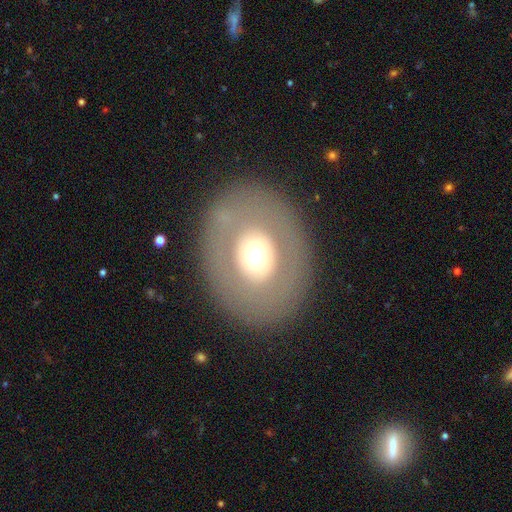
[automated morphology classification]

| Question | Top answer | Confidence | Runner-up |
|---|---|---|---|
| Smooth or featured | smooth | 49% | featured or disk (42%) |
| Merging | none | 83% | minor disturbance (8%) |